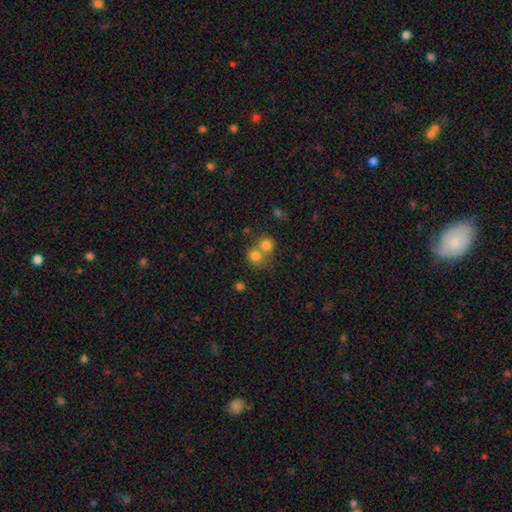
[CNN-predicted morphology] This is likely a smooth galaxy (77%). How rounded: clearly round (84%). Merging: possibly merger (50%).